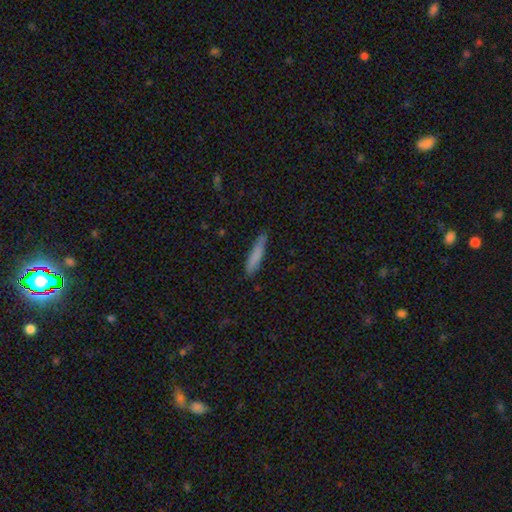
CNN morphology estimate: type=smooth (80%); roundness=cigar-shaped (90%); merging=none (81%).